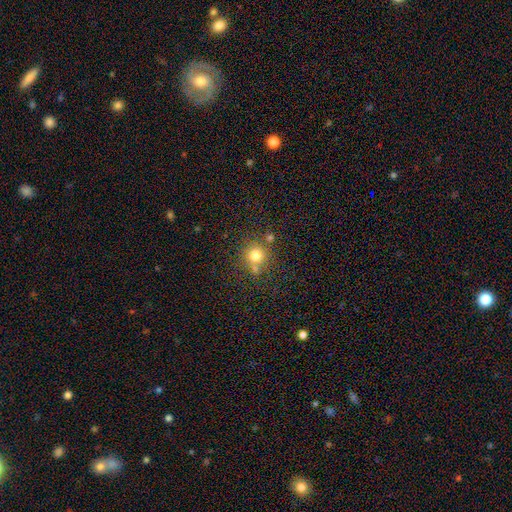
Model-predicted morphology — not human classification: This is likely a smooth galaxy (76%). How rounded: clearly round (91%). Merging: likely none (68%).